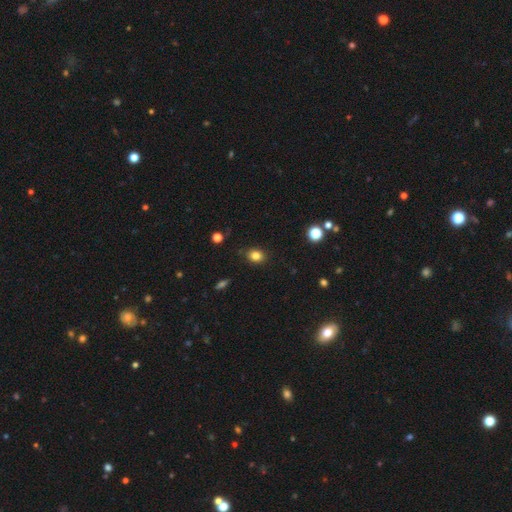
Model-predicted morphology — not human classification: smooth-or-featured: smooth: 82% | star or artifact: 12% | featured or disk: 6%
  how-rounded: round: 54% | in between: 45% | cigar-shaped: 1%
  merging: none: 83% | minor disturbance: 13% | major disturbance: 3% | merger: 1%